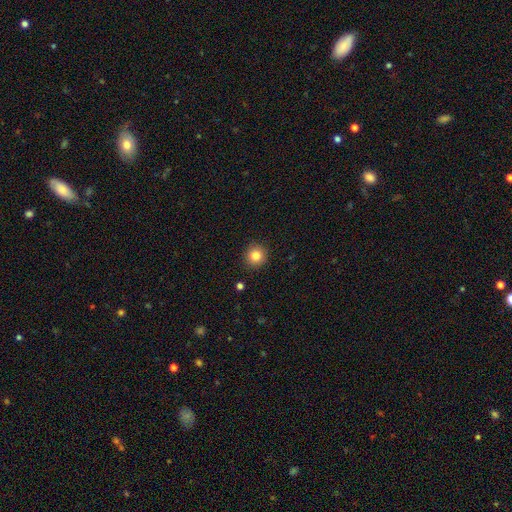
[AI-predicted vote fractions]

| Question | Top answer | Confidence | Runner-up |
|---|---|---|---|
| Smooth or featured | smooth | 83% | star or artifact (11%) |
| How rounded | round | 94% | in between (5%) |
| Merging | none | 92% | minor disturbance (6%) |